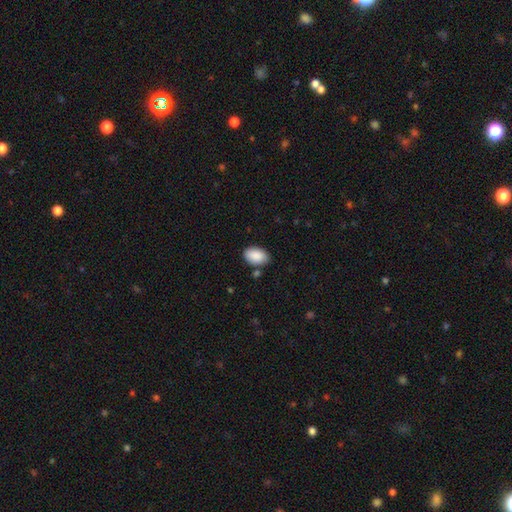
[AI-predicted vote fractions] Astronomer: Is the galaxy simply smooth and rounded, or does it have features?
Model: smooth — 90%.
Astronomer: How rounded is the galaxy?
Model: in between — 91%.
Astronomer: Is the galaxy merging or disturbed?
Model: none — 79%.